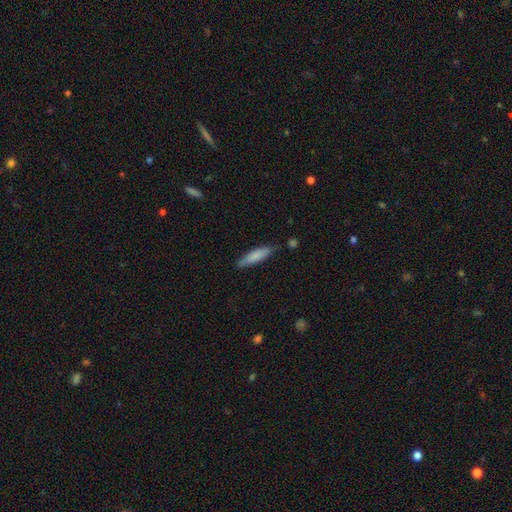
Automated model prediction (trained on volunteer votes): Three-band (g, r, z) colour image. It shows a smooth galaxy with no disk features (80%) that is cigar-shaped (75%). Merging: none (76%).